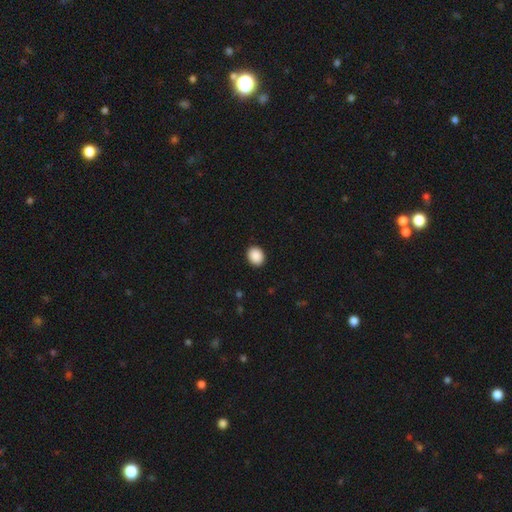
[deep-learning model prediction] The model was most divided on "how rounded": round: 53%, in between: 46%, cigar-shaped: 1%. More confident: merging — none (92%); smooth or featured — smooth (90%).